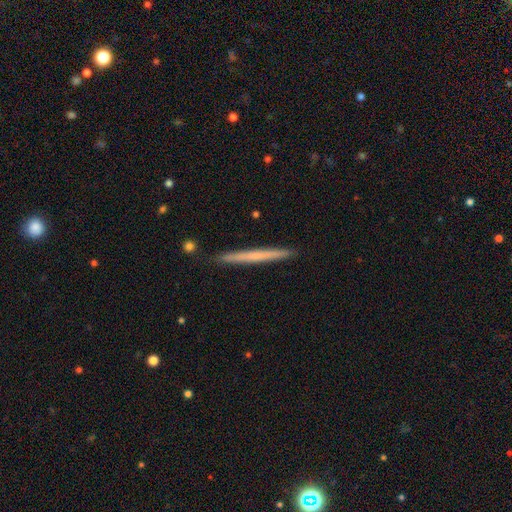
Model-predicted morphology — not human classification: The model was most divided on "smooth or featured": smooth: 52%, featured or disk: 43%, star or artifact: 5%. More confident: how rounded — cigar-shaped (97%); merging — none (92%).